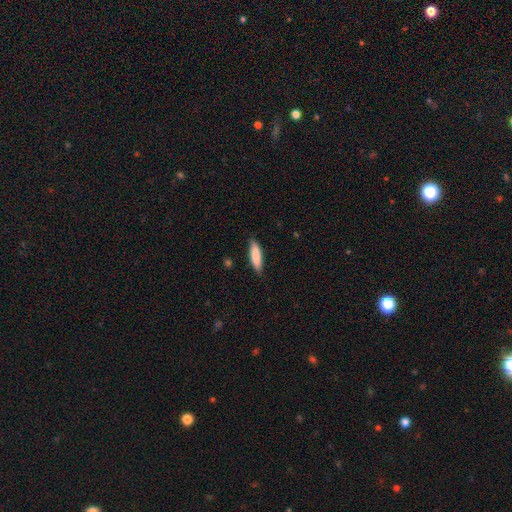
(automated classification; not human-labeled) This appears to be a smooth galaxy with no disk features (86%) that is cigar-shaped (68%). Merging: none (87%).